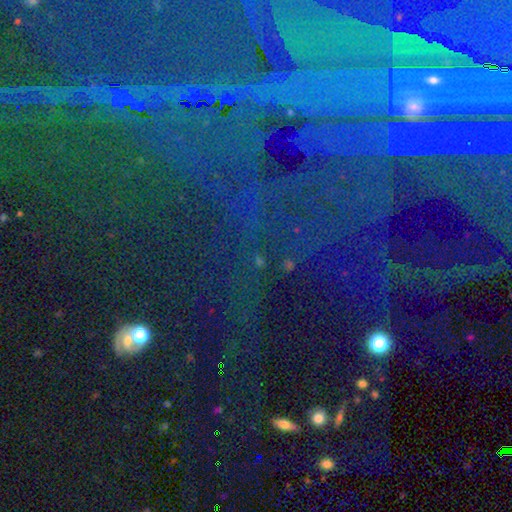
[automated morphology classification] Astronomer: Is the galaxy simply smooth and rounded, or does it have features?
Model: star or artifact — 71%.